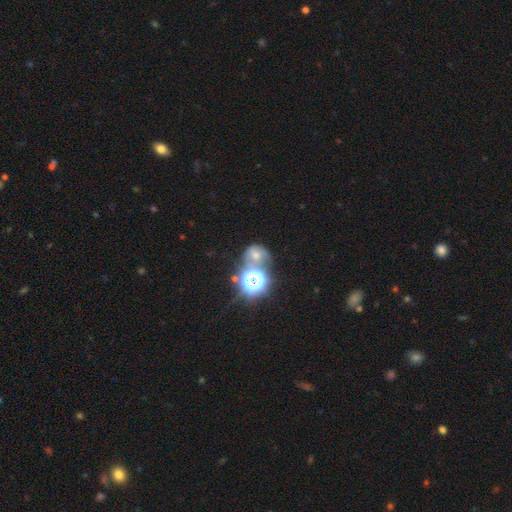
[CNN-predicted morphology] This is possibly a star or artifact rather than a galaxy (54%).